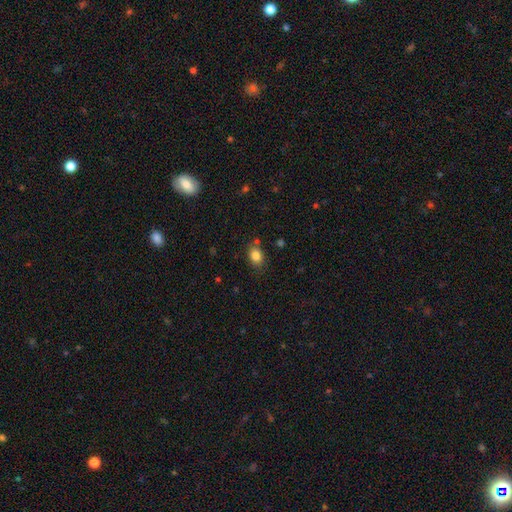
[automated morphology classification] This appears to be a smooth galaxy with no disk features (83%) that is in between round and cigar-shaped (70%). Merging: none (77%).